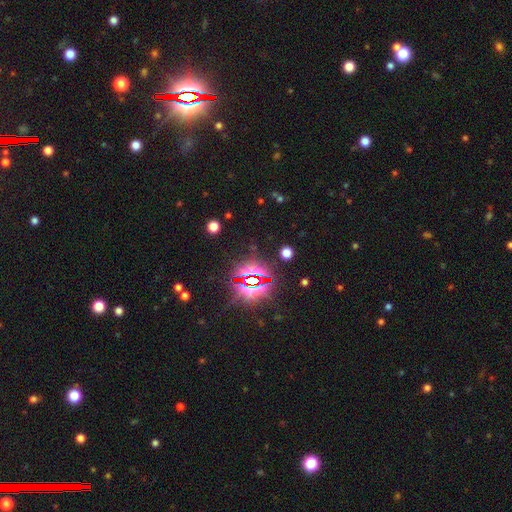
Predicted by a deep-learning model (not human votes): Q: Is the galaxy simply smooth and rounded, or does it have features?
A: star or artifact — 84%.